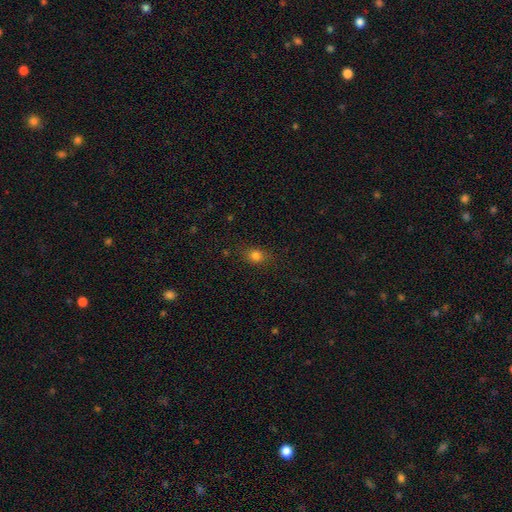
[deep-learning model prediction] Smooth or featured? Predicted: smooth (p=0.79). How rounded? Predicted: in between (p=0.51). Merging? Predicted: none (p=0.82).